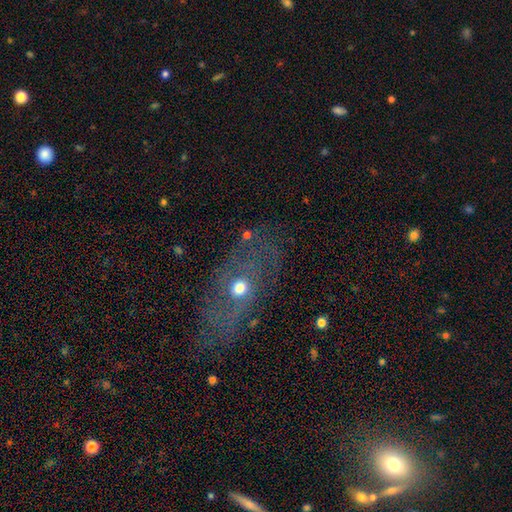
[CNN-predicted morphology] Smooth or featured?
  - featured or disk: 48% *
  - smooth: 30%
  - star or artifact: 22%
Merging?
  - none: 78% *
  - minor disturbance: 14%
  - major disturbance: 6%
  - merger: 2%